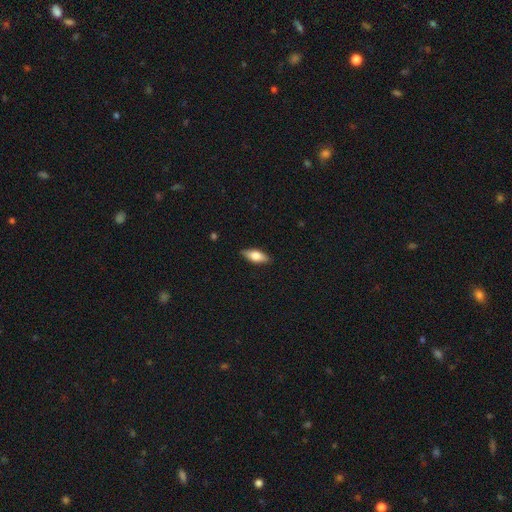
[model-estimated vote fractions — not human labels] A smooth galaxy with no disk features (68%) that is in between round and cigar-shaped (76%). Merging: none (87%).